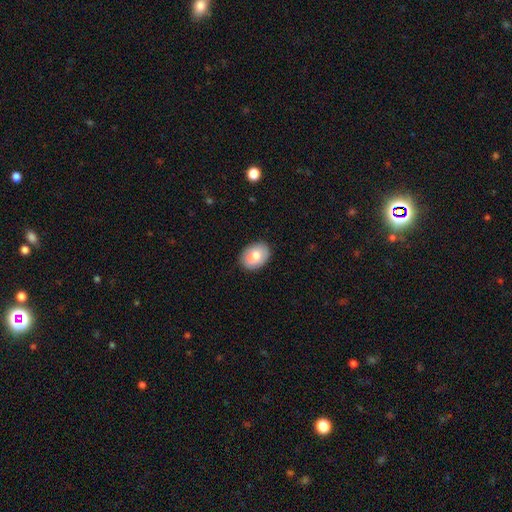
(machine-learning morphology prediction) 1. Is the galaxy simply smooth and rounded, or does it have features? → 73% smooth, 20% featured or disk, 7% star or artifact.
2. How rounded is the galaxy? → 82% in between, 17% round, 1% cigar-shaped.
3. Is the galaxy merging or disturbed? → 79% none, 14% minor disturbance, 4% merger, 3% major disturbance.